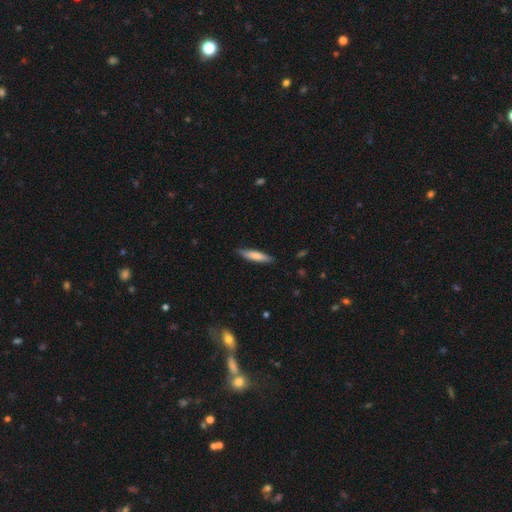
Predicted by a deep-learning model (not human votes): Morphology: type=smooth (75%); roundness=cigar-shaped (84%); merging=none (86%).